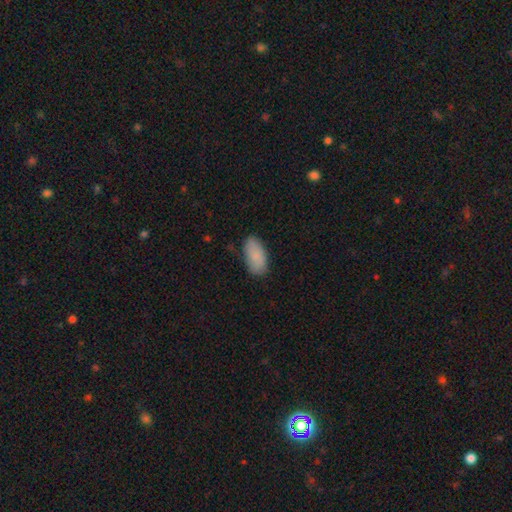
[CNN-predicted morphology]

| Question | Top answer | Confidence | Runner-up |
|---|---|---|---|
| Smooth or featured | smooth | 87% | featured or disk (7%) |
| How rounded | in between | 93% | cigar-shaped (4%) |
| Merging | none | 79% | minor disturbance (16%) |